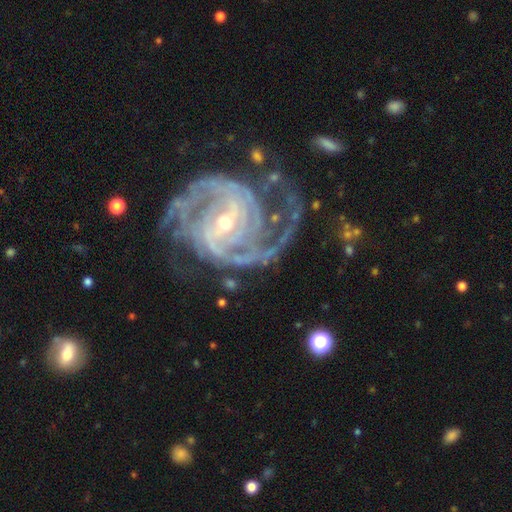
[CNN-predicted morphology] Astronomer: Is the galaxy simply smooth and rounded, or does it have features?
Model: featured or disk — 93%.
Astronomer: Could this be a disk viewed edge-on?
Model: no — 98%.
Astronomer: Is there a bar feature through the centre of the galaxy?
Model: weak — 44% (runner-up: strong, 37%).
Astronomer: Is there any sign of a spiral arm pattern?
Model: yes — 98%.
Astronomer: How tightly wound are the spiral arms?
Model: tight — 54% (runner-up: medium, 38%).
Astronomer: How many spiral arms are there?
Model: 2 — 37% (runner-up: 3, 20%).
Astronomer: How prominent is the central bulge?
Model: small — 54% (runner-up: moderate, 42%).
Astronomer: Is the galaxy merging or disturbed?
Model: none — 63%.